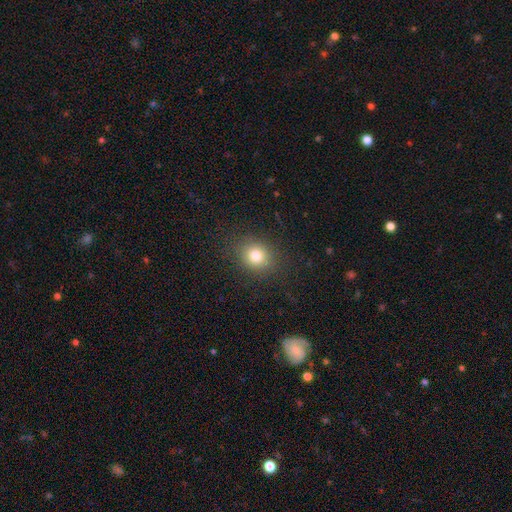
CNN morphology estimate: smooth_or_featured: smooth (p=0.79) [alt: star or artifact p=0.13]
how_rounded: round (p=0.71) [alt: in between p=0.28]
merging: none (p=0.87) [alt: minor disturbance p=0.08]